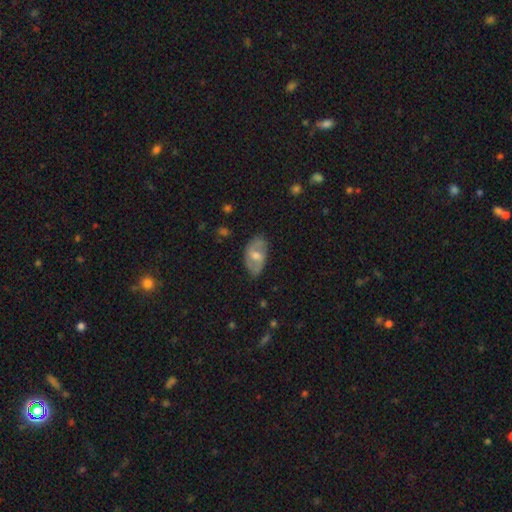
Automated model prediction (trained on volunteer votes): Morphology: type=featured or disk (56%); edge-on=no (93%); bar=weak (50%); spiral arms=yes (71%); bulge=moderate (64%); merging=none (76%).